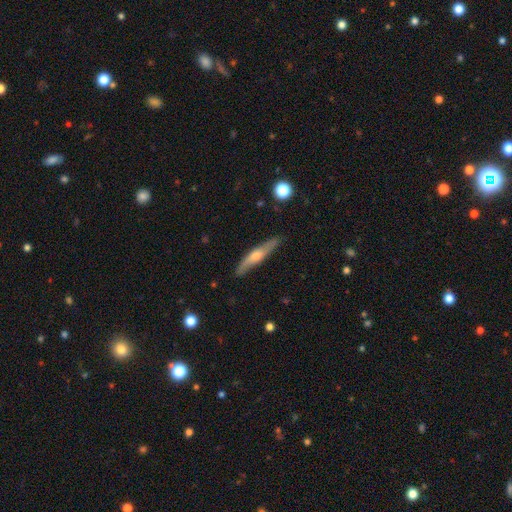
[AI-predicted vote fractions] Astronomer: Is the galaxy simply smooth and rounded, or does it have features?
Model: featured or disk — 59% (runner-up: smooth, 36%).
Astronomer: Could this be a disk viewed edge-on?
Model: yes — 88%.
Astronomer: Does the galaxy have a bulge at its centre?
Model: rounded — 83%.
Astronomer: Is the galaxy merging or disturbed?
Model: none — 85%.